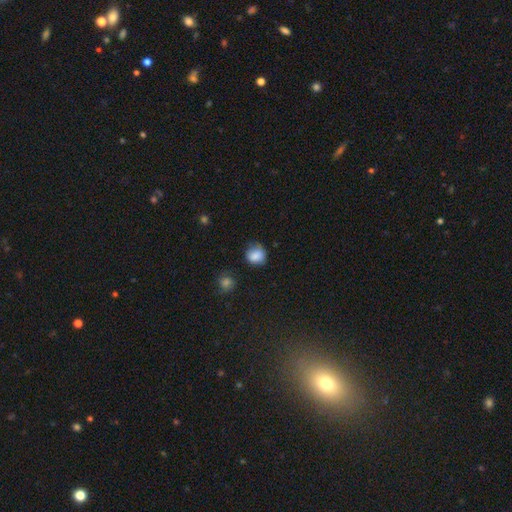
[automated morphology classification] Q: Smooth or featured?
A: smooth (83%); runner-up: star or artifact (10%)
Q: How rounded?
A: round (72%); runner-up: in between (27%)
Q: Merging?
A: none (65%); runner-up: minor disturbance (25%)